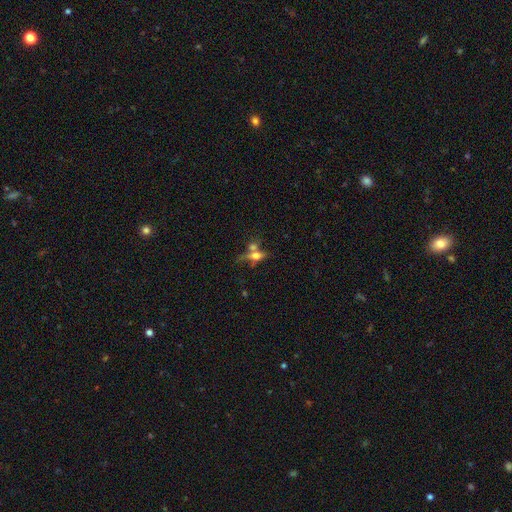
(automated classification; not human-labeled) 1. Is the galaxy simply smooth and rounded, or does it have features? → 46% featured or disk, 41% smooth, 13% star or artifact.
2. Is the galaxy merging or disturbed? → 41% merger, 37% none, 12% minor disturbance, 10% major disturbance.